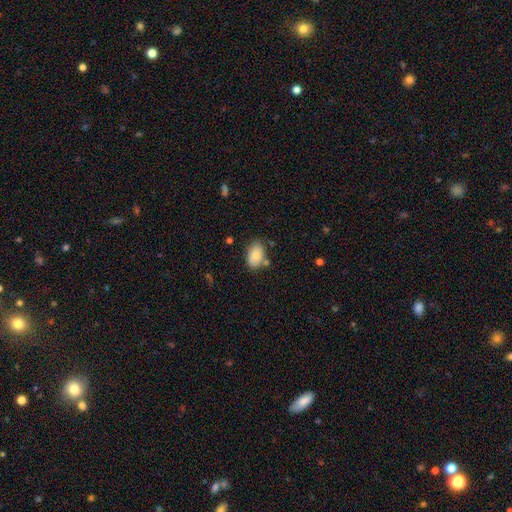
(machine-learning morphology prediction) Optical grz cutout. It shows a smooth galaxy with no disk features (80%) that is in between round and cigar-shaped (89%). Merging: none (70%).